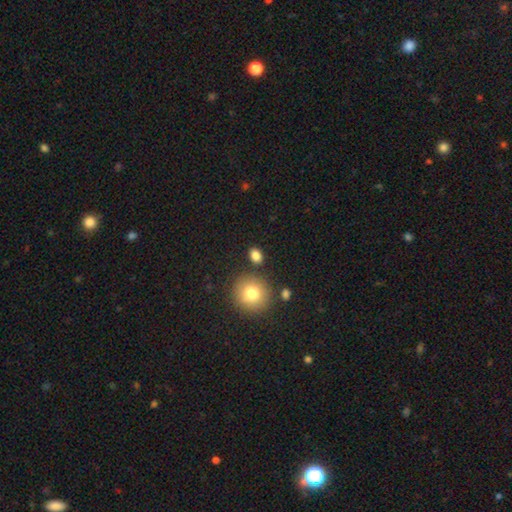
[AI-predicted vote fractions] Overall: smooth (84%). How rounded: in between (58%; round 40%). Merging: none (82%).